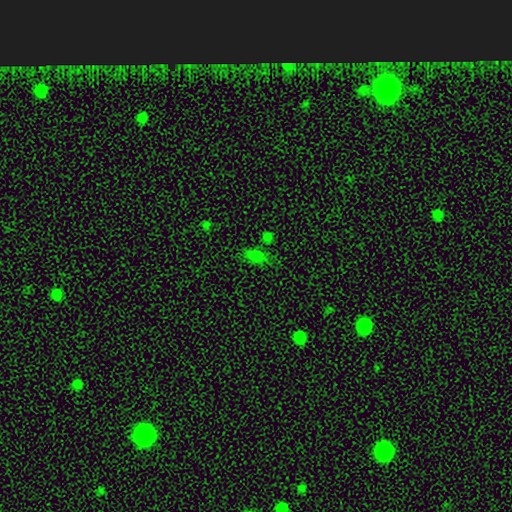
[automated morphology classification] smooth 62%, star or artifact 31%, featured or disk 7%. Down the decision tree: how rounded — in between (77%); merging — none (69%).